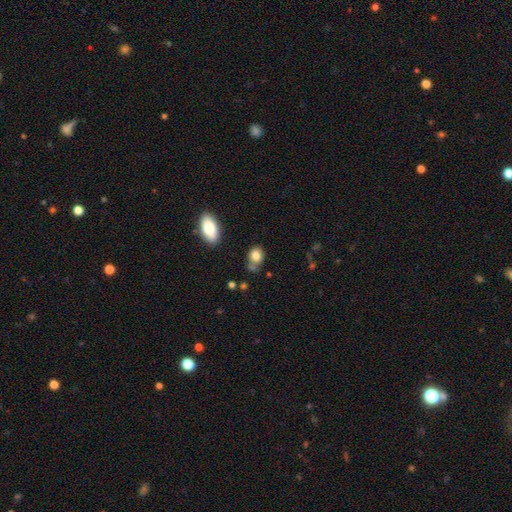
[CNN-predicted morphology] type=smooth (83%); roundness=in between (58%); merging=none (57%).